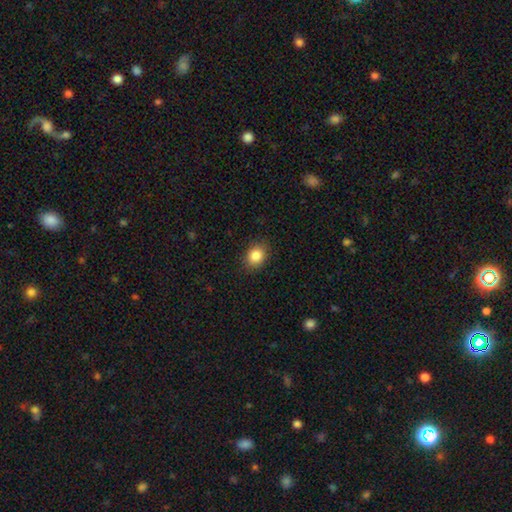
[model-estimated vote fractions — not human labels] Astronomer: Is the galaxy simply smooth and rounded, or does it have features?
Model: smooth — 86%.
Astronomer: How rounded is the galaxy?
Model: round — 52% (runner-up: in between, 47%).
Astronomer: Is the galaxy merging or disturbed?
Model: none — 87%.